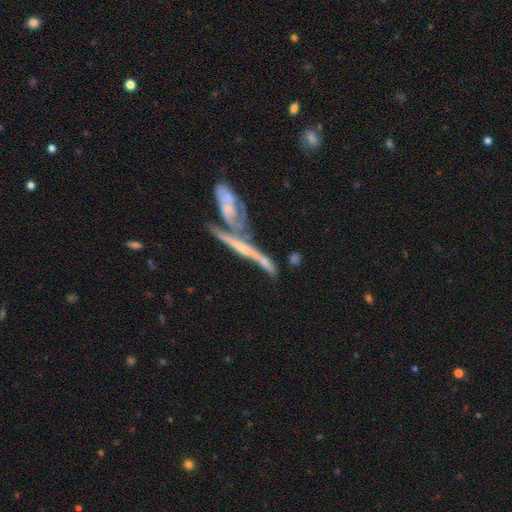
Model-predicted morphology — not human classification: Overall: featured or disk (69%). Edge-on disk: yes (74%). Edge-on bulge: none (49%; rounded 40%). Merging: merger (44%; none 32%).